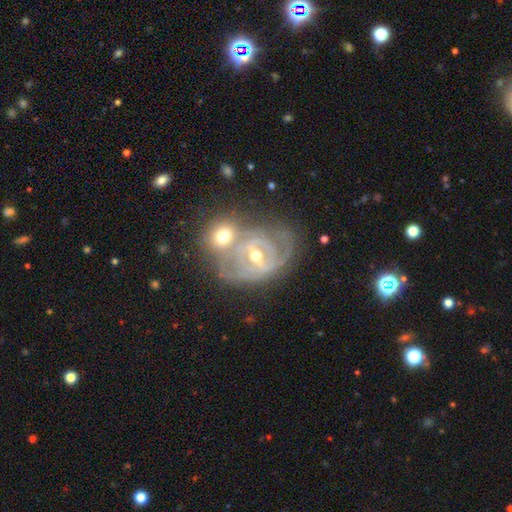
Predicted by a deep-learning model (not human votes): Smooth or featured: featured or disk — 83% (smooth — 11%)
Edge-on disk: no — 96% (yes — 4%)
Bar: weak — 43% (strong — 33%)
Spiral arms: yes — 84% (no — 16%)
Spiral winding: tight — 62% (medium — 29%)
Spiral arm count: 2 — 40% (can't tell — 34%)
Bulge size: moderate — 64% (small — 32%)
Merging: merger — 42% (none — 35%)